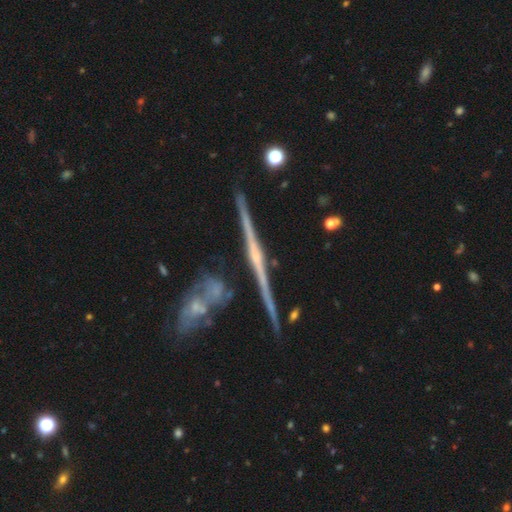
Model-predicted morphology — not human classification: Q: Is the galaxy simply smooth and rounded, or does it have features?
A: featured or disk — 86%.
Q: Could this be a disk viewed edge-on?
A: yes — 98%.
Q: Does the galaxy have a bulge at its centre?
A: rounded — 65%.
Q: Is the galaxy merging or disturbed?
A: none — 80%.